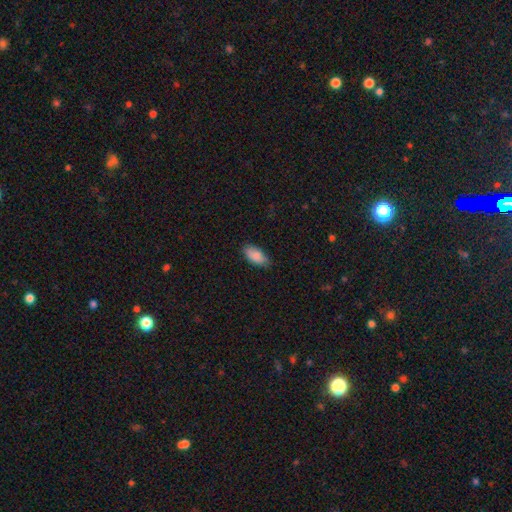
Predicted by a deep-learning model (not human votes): Overall: smooth (86%). How rounded: in between (91%). Merging: none (79%).